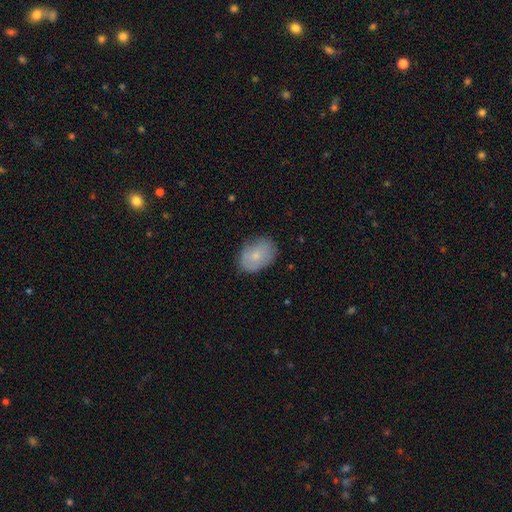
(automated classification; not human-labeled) Smooth or featured: smooth — 72% (featured or disk — 21%)
How rounded: in between — 79% (round — 20%)
Merging: none — 76% (minor disturbance — 19%)